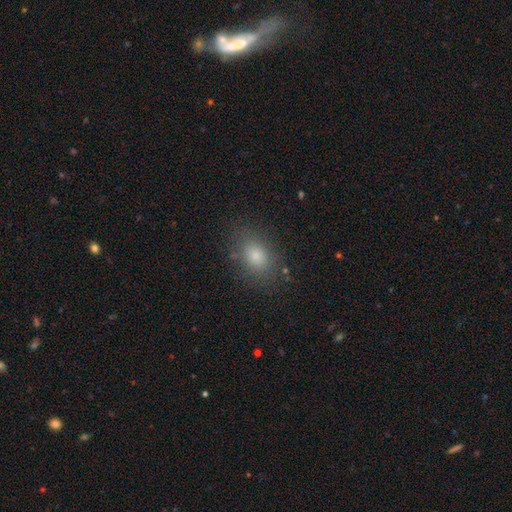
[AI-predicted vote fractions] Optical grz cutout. It shows a smooth galaxy with no disk features (78%) that is in between round and cigar-shaped (74%). Merging: none (83%).